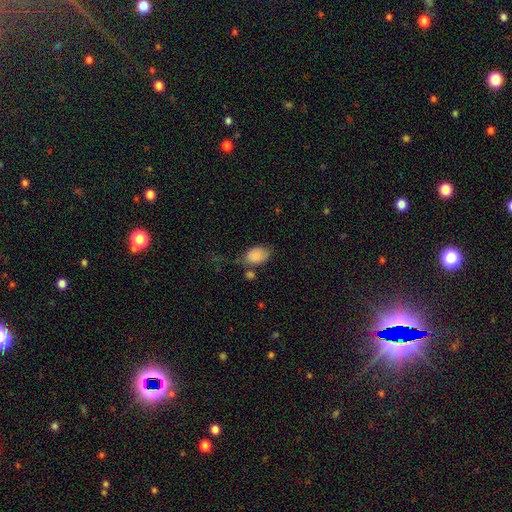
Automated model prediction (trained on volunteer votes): smooth_or_featured: smooth (p=0.85) [alt: featured or disk p=0.08]
how_rounded: in between (p=0.86) [alt: round p=0.13]
merging: none (p=0.49) [alt: minor disturbance p=0.28]